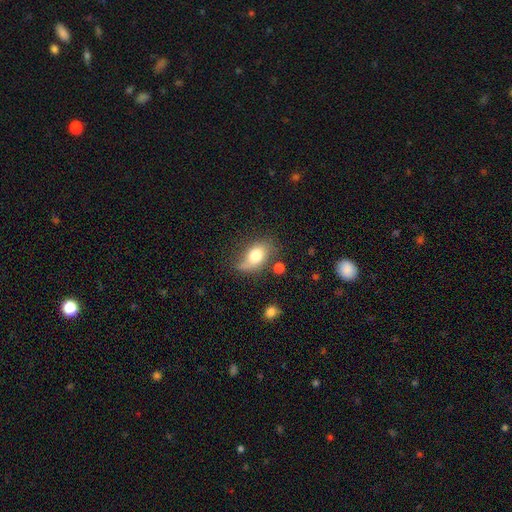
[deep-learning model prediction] smooth 68%, featured or disk 23%, star or artifact 9%. Down the decision tree: how rounded — in between (83%); merging — none (48%).